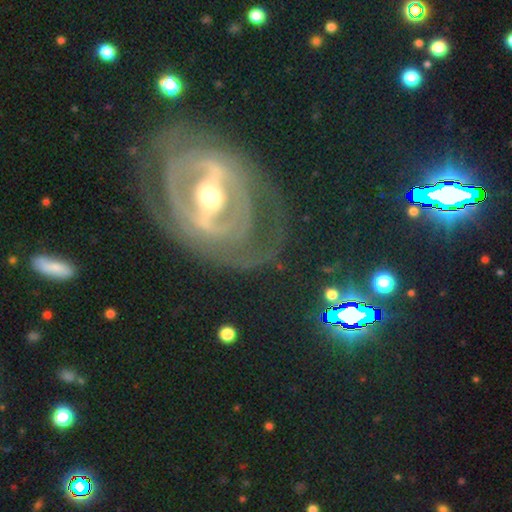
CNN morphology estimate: A featured or disk galaxy (83%) with a strong bar (63%), tight (60%) spiral arms (74%) and a moderate central bulge (67%).

Vote fractions:
- Smooth or featured? featured or disk: 83% / star or artifact: 10% / smooth: 7%
- Edge-on disk? no: 90% / yes: 10%
- Bar? strong: 63% / weak: 25% / no: 12%
- Spiral arms? yes: 74% / no: 26%
- Spiral winding? tight: 60% / medium: 29% / loose: 11%
- Spiral arm count? can't tell: 42% / 2: 32% / 3: 10% / 1: 6% / 4: 6% / more than 4: 5%
- Bulge size? moderate: 67% / small: 23% / large: 7% / dominant: 1% / none: 1%
- Merging? none: 67% / minor disturbance: 16% / major disturbance: 15% / merger: 2%